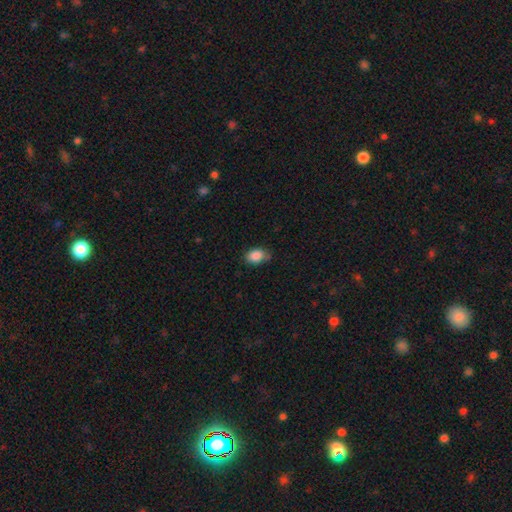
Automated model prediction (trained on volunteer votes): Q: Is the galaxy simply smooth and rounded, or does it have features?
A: smooth — 87%.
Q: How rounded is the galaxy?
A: in between — 70%.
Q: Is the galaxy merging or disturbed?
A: none — 71%.